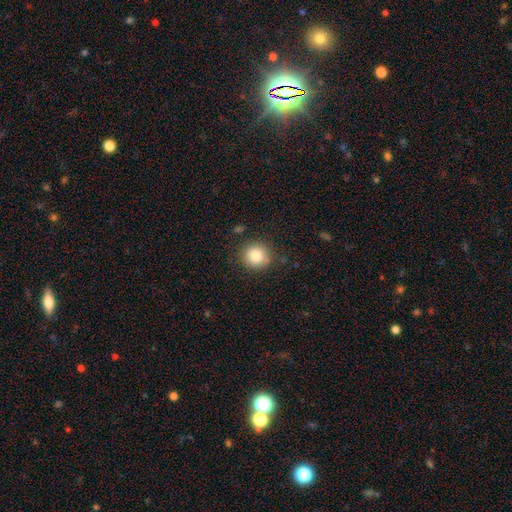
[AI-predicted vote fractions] smooth-or-featured: smooth: 83% | star or artifact: 10% | featured or disk: 7%
  how-rounded: round: 91% | in between: 8% | cigar-shaped: 1%
  merging: none: 85% | minor disturbance: 10% | major disturbance: 3% | merger: 2%